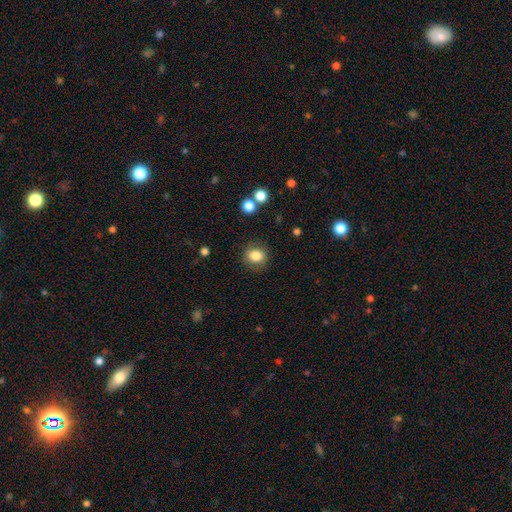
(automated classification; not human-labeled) A smooth galaxy with no disk features (84%) that is round (74%). Merging: none (85%).